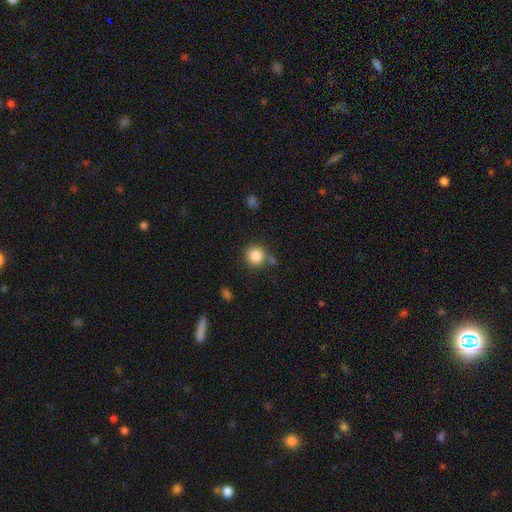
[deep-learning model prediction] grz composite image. It shows a smooth galaxy with no disk features (85%) that is round (93%). Merging: none (76%).